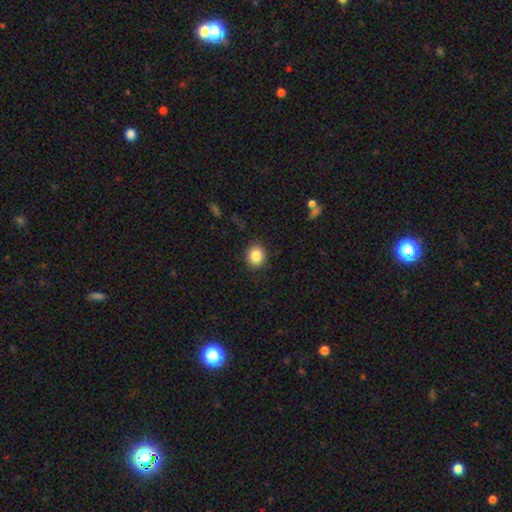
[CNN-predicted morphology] Smooth or featured?
  - smooth: 85% *
  - star or artifact: 10%
  - featured or disk: 5%
How rounded?
  - round: 81% *
  - in between: 18%
  - cigar-shaped: 1%
Merging?
  - none: 90% *
  - minor disturbance: 7%
  - major disturbance: 2%
  - merger: 1%